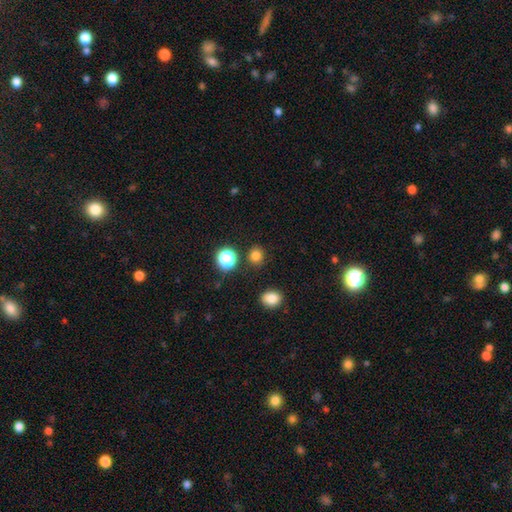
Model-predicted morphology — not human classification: Smooth or featured? Predicted: smooth (p=0.78). How rounded? Predicted: round (p=0.83). Merging? Predicted: none (p=0.87).